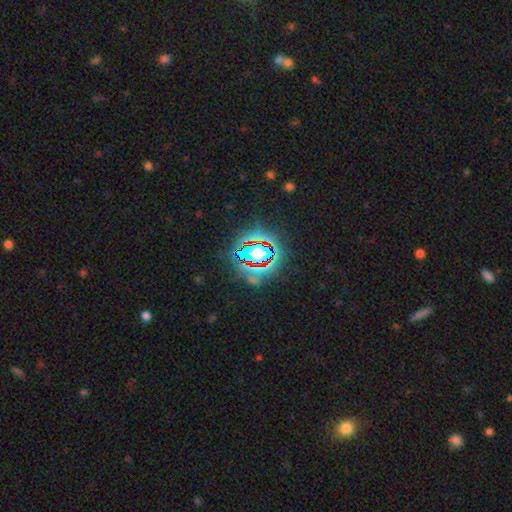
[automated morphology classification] This is clearly a star or artifact rather than a galaxy (82%).